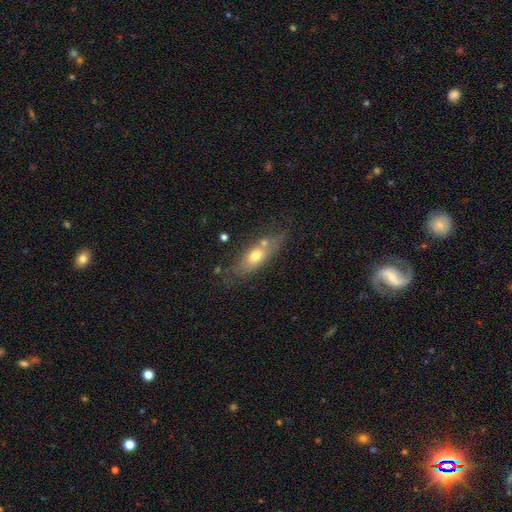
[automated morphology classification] smooth 58%, featured or disk 34%, star or artifact 8%. Down the decision tree: how rounded — in between (63%); merging — none (58%).